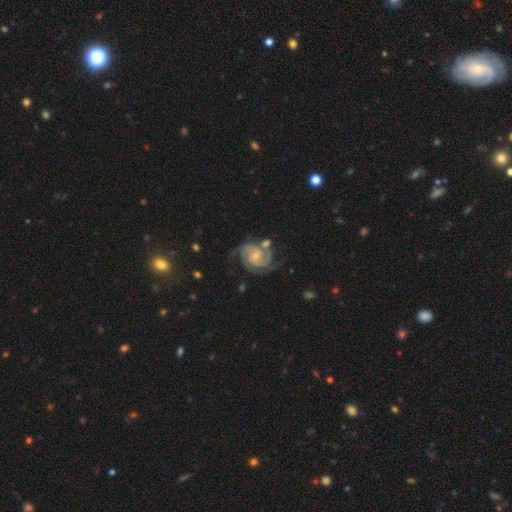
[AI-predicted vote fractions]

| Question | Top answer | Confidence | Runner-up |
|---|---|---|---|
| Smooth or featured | featured or disk | 91% | smooth (5%) |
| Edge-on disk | no | 98% | yes (2%) |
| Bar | no | 48% | weak (42%) |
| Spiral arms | yes | 98% | no (2%) |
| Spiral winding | tight | 50% | medium (43%) |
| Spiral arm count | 2 | 72% | 3 (16%) |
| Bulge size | small | 65% | moderate (26%) |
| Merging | none | 61% | minor disturbance (19%) |